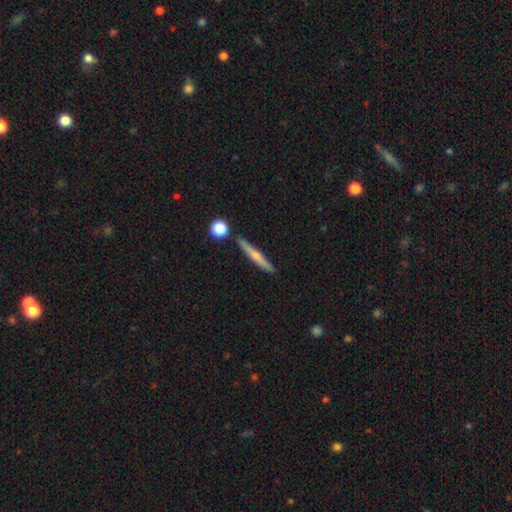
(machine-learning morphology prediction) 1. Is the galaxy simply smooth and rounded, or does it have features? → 48% smooth, 45% featured or disk, 7% star or artifact.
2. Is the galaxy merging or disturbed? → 84% none, 9% minor disturbance, 5% merger, 2% major disturbance.